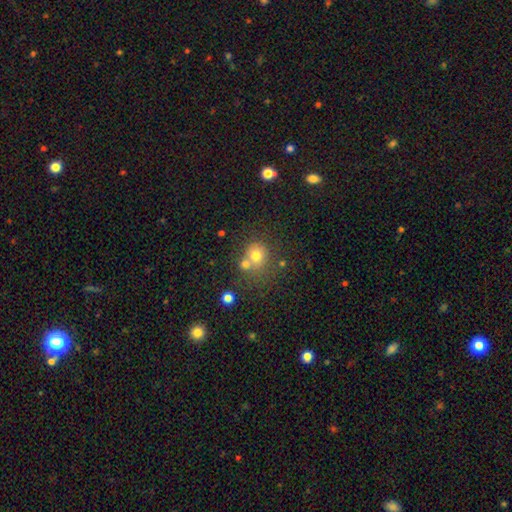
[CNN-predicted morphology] Smooth or featured?
  - smooth: 71% *
  - star or artifact: 16%
  - featured or disk: 13%
How rounded?
  - round: 81% *
  - in between: 18%
  - cigar-shaped: 1%
Merging?
  - none: 52% *
  - merger: 31%
  - minor disturbance: 11%
  - major disturbance: 5%